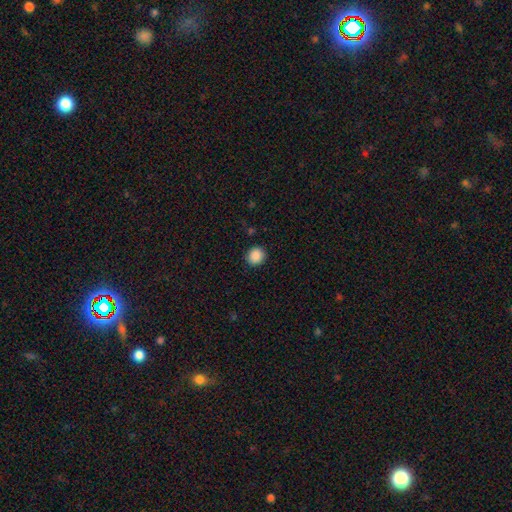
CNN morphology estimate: This is clearly a smooth galaxy (88%). How rounded: clearly round (88%). Merging: clearly none (91%).